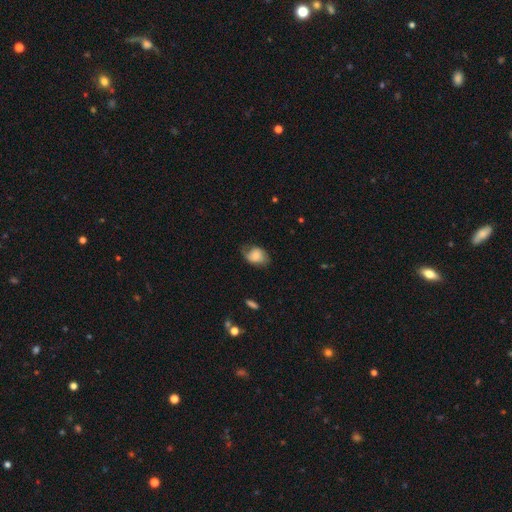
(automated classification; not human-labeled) A smooth galaxy with no disk features (63%) that is in between round and cigar-shaped (71%). Merging: none (52%).